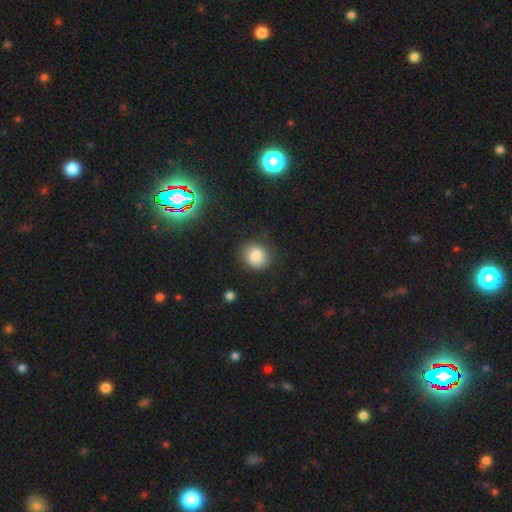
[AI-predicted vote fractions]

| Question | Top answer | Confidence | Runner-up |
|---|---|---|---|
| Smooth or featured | smooth | 83% | star or artifact (9%) |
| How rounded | round | 76% | in between (23%) |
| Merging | none | 76% | minor disturbance (17%) |